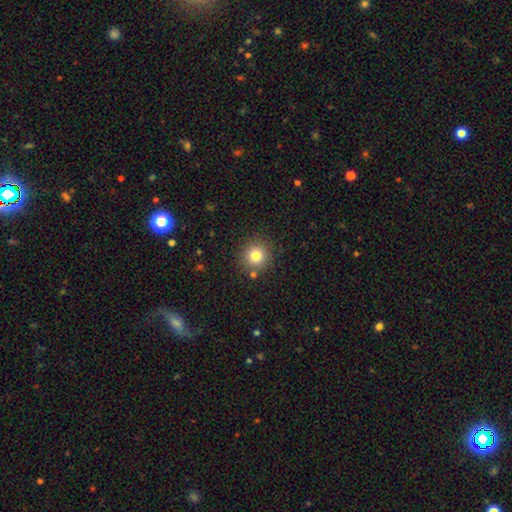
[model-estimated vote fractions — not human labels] smooth 80%, star or artifact 13%, featured or disk 7%. Down the decision tree: how rounded — round (93%); merging — none (86%).